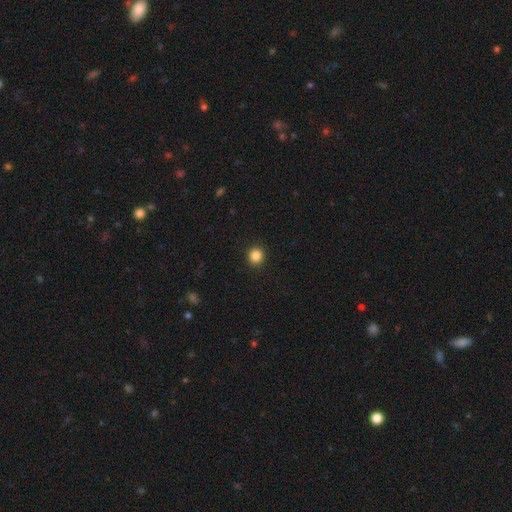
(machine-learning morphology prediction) Smooth or featured? Predicted: smooth (p=0.85). How rounded? Predicted: round (p=0.90). Merging? Predicted: none (p=0.93).